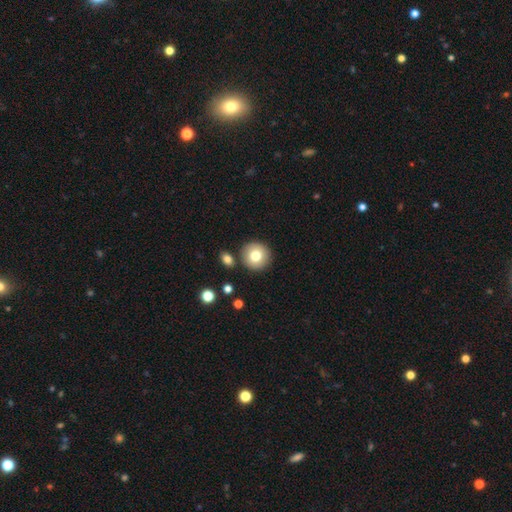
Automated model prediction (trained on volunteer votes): Smooth or featured? Predicted: smooth (p=0.78). How rounded? Predicted: round (p=0.94). Merging? Predicted: none (p=0.85).